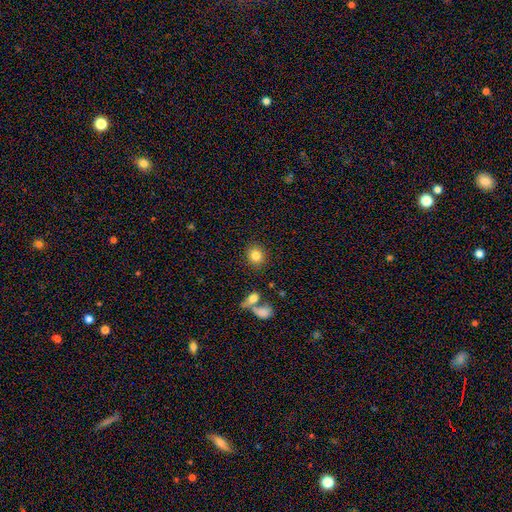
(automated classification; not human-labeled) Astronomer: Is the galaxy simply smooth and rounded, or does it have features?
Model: smooth — 82%.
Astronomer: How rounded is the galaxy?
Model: round — 78%.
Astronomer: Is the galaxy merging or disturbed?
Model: none — 84%.